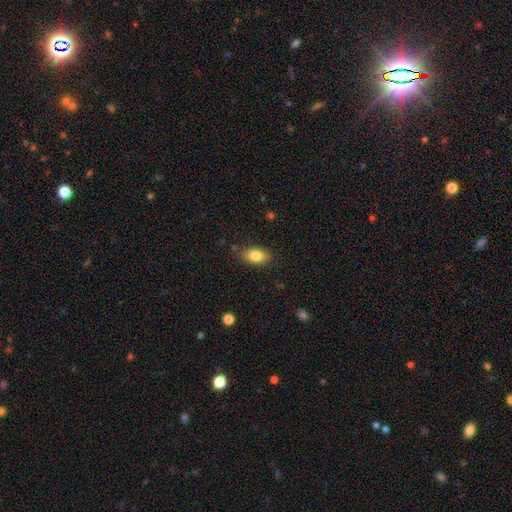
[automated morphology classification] Smooth or featured?
  - smooth: 84% *
  - featured or disk: 8%
  - star or artifact: 8%
How rounded?
  - in between: 88% *
  - round: 9%
  - cigar-shaped: 3%
Merging?
  - none: 82% *
  - minor disturbance: 14%
  - major disturbance: 3%
  - merger: 1%